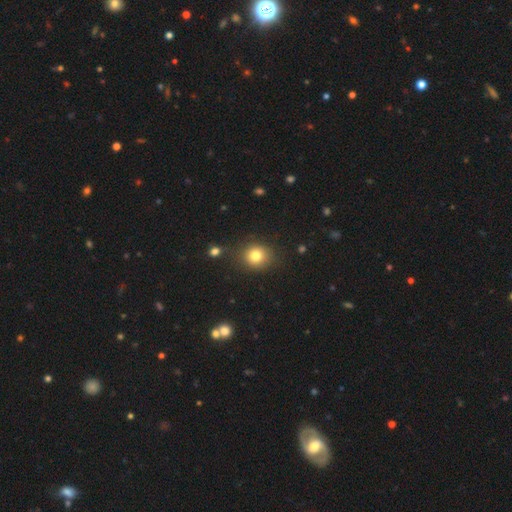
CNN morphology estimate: This appears to be a smooth galaxy with no disk features (80%) that is round (80%). Merging: none (82%).